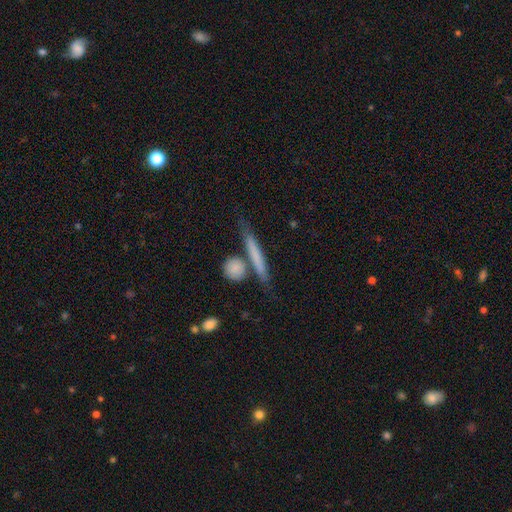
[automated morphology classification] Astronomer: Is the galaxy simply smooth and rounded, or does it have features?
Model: smooth — 57% (runner-up: featured or disk, 37%).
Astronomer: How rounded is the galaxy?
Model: cigar-shaped — 87%.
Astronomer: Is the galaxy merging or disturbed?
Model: none — 69%.